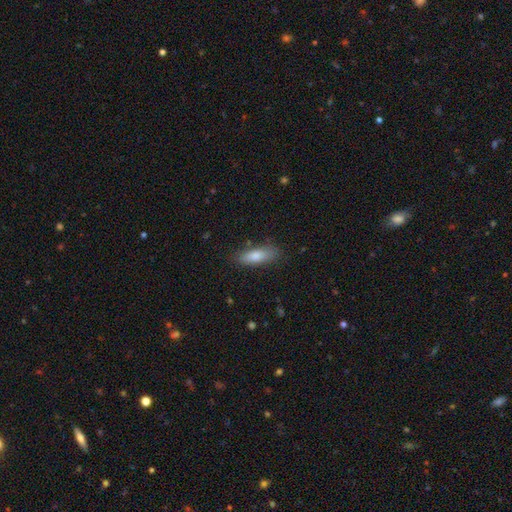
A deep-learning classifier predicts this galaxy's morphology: smooth 80%, featured or disk 14%, star or artifact 7%. Down the decision tree: how rounded — in between (56%); merging — none (81%).